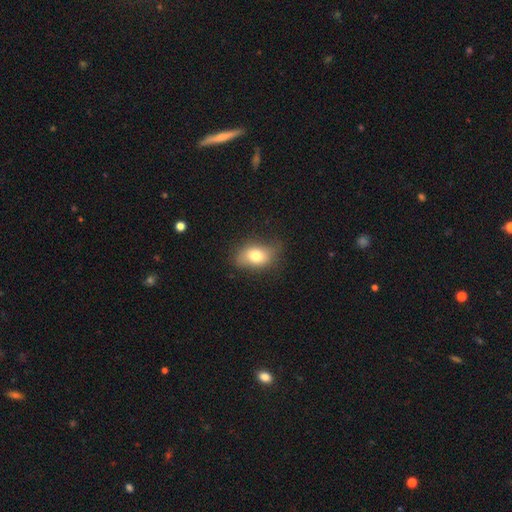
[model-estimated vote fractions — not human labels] The model was most divided on "merging": none: 70%, minor disturbance: 22%, major disturbance: 6%, merger: 1%. More confident: how rounded — in between (81%); smooth or featured — smooth (75%).